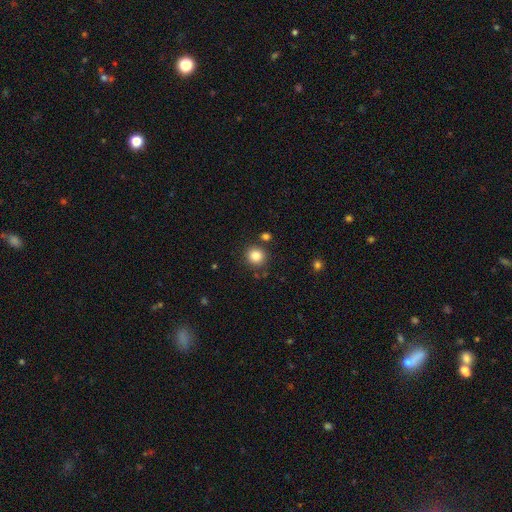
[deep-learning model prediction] Q: Smooth or featured?
A: smooth (84%); runner-up: star or artifact (11%)
Q: How rounded?
A: round (91%); runner-up: in between (8%)
Q: Merging?
A: none (84%); runner-up: minor disturbance (8%)